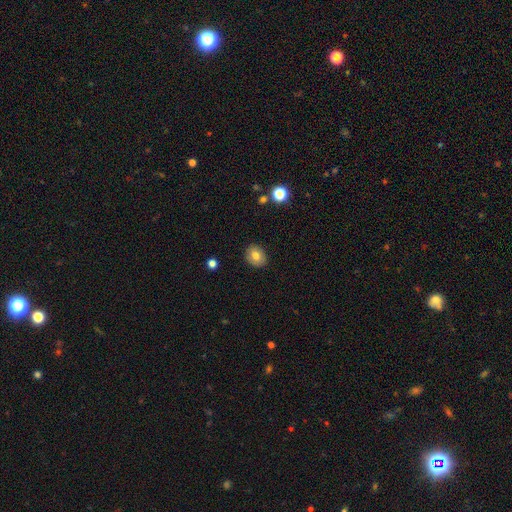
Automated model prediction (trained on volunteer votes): This appears to be a smooth galaxy with no disk features (76%) that is round (50%). Merging: none (88%).